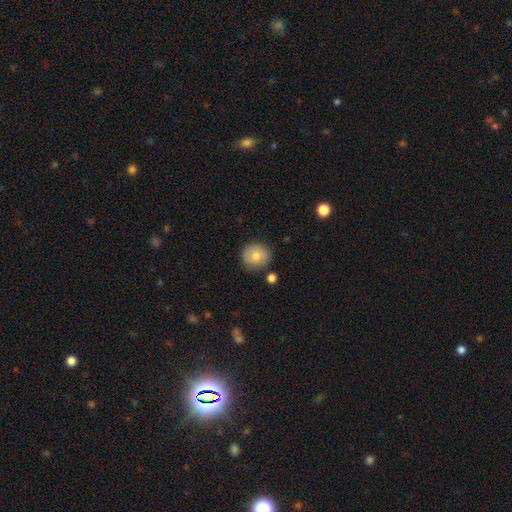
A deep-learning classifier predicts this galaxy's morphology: Smooth or featured? smooth (79%)
How rounded? round (87%)
Merging? none (82%)